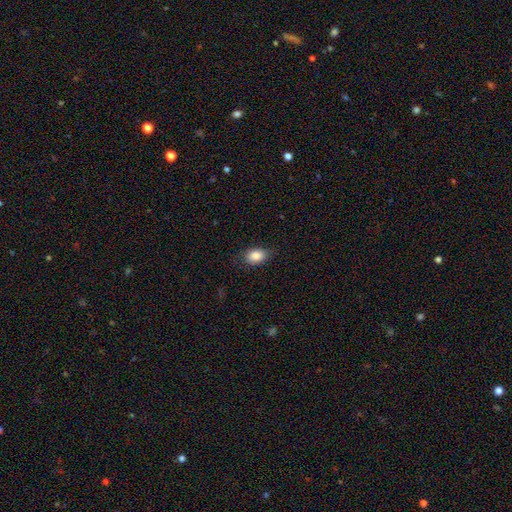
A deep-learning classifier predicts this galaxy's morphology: Smooth or featured: smooth — 86% (star or artifact — 8%)
How rounded: in between — 82% (round — 16%)
Merging: none — 76% (minor disturbance — 18%)